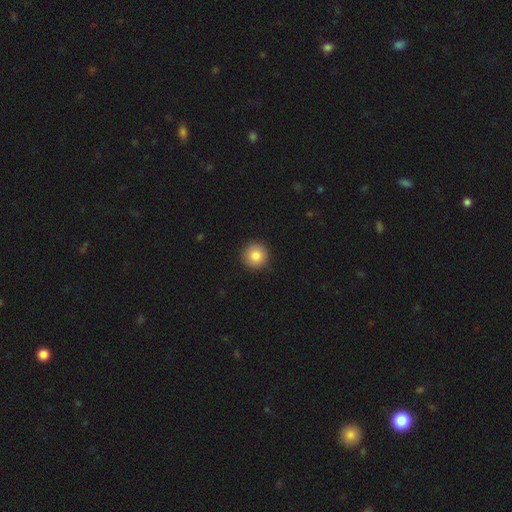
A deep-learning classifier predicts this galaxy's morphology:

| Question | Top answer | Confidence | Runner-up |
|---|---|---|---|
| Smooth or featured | smooth | 85% | star or artifact (9%) |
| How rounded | round | 95% | in between (4%) |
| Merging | none | 91% | minor disturbance (6%) |